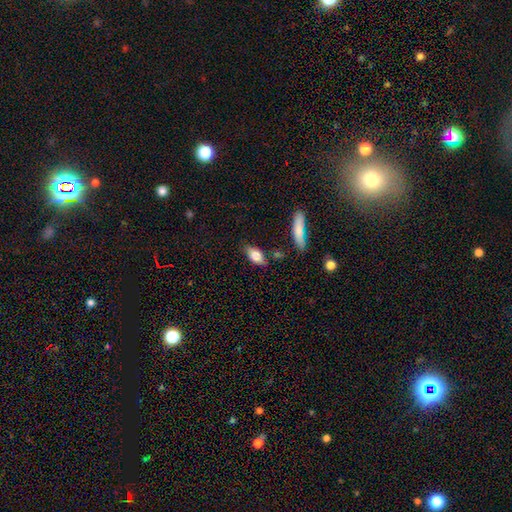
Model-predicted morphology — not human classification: smooth_or_featured: smooth (p=0.74) [alt: featured or disk p=0.19]
how_rounded: in between (p=0.82) [alt: cigar-shaped p=0.13]
merging: none (p=0.74) [alt: minor disturbance p=0.17]